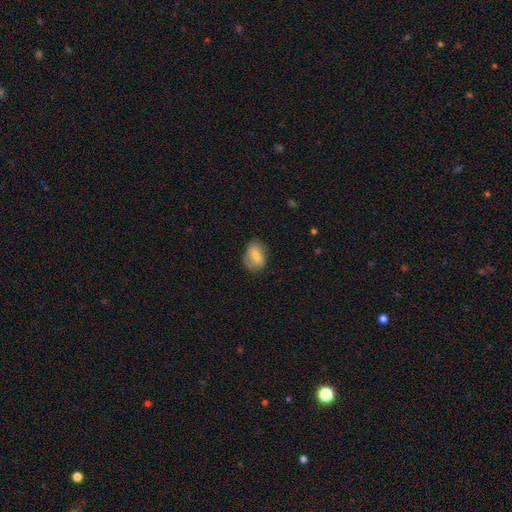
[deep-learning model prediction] A smooth galaxy with no disk features (74%) that is in between round and cigar-shaped (79%).

Vote fractions:
- Smooth or featured? smooth: 74% / featured or disk: 19% / star or artifact: 8%
- How rounded? in between: 79% / round: 19% / cigar-shaped: 2%
- Merging? none: 73% / minor disturbance: 20% / major disturbance: 6% / merger: 1%